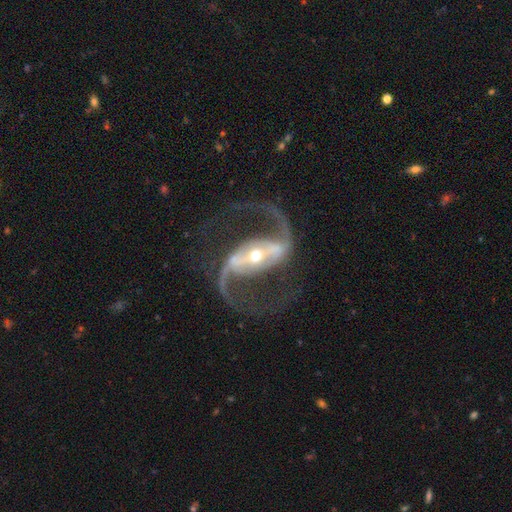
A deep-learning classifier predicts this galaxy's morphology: featured or disk 94%, star or artifact 4%, smooth 2%. Down the decision tree: edge-on disk — no (97%); bar — strong (67%); spiral arms — yes (98%); spiral arm count — 2 (95%); spiral winding — loose (51%); bulge size — small (51%); merging — none (77%).